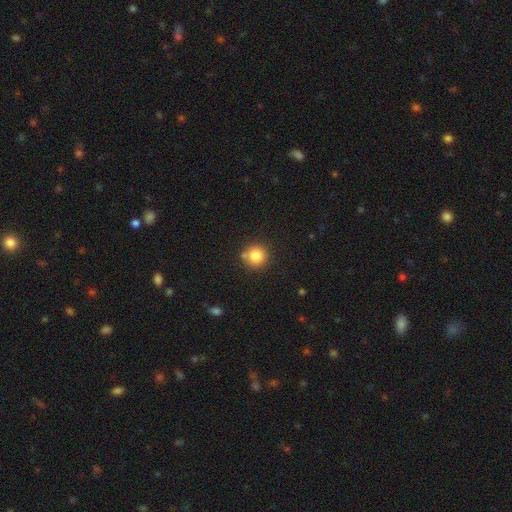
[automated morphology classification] Q: Smooth or featured?
A: smooth (83%); runner-up: star or artifact (11%)
Q: How rounded?
A: round (94%); runner-up: in between (5%)
Q: Merging?
A: none (79%); runner-up: minor disturbance (10%)